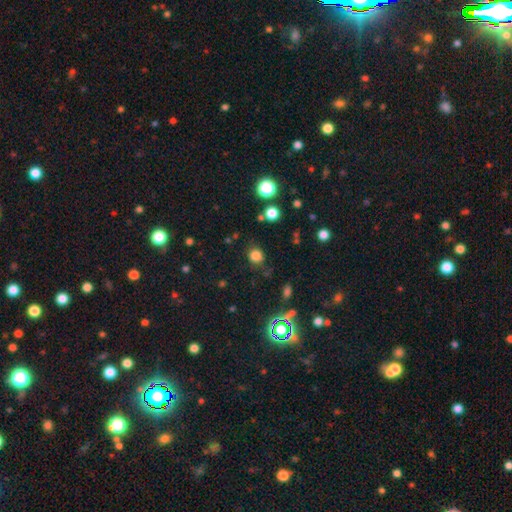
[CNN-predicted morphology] smooth 78%, star or artifact 17%, featured or disk 5%. Down the decision tree: how rounded — round (82%); merging — none (80%).